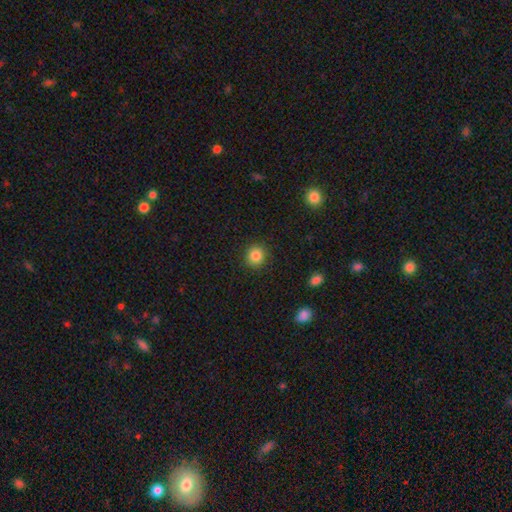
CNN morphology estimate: Q: Smooth or featured?
A: smooth (85%); runner-up: star or artifact (10%)
Q: How rounded?
A: round (89%); runner-up: in between (10%)
Q: Merging?
A: none (90%); runner-up: minor disturbance (7%)